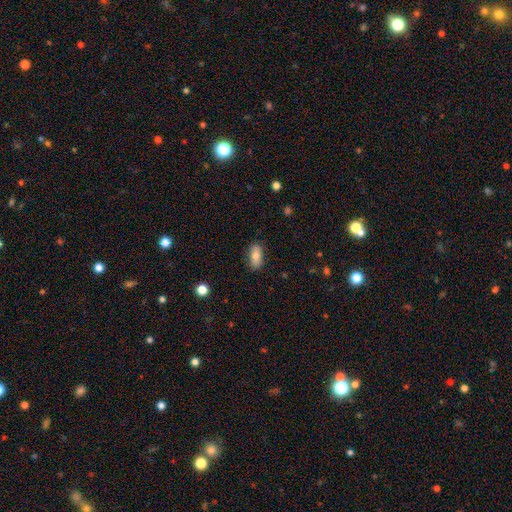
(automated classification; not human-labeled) This appears to be a smooth galaxy with no disk features (76%) that is in between round and cigar-shaped (85%). Merging: none (85%).